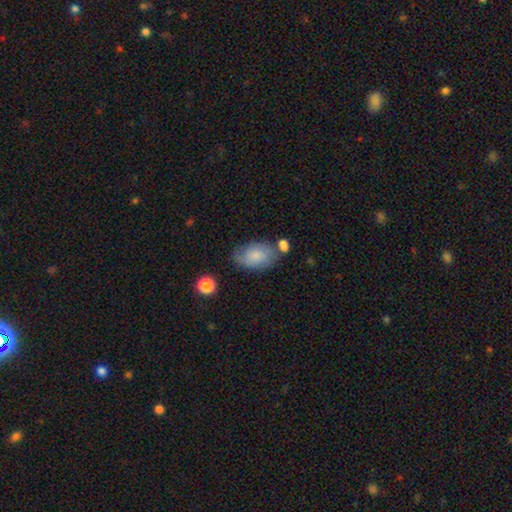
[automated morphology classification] Smooth or featured: smooth — 67% (featured or disk — 25%)
How rounded: in between — 88% (round — 10%)
Merging: none — 56% (minor disturbance — 26%)